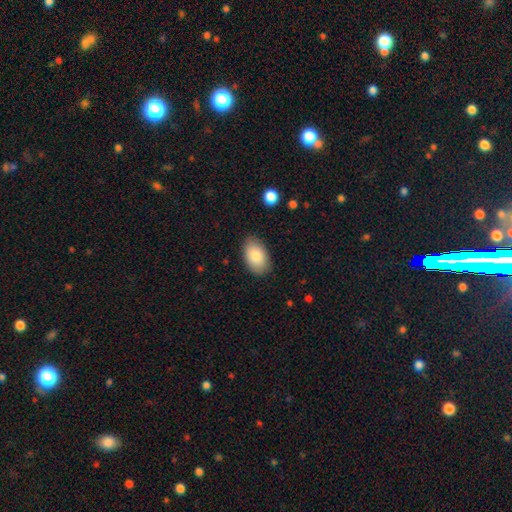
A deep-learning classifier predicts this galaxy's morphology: smooth-or-featured: smooth: 84% | featured or disk: 10% | star or artifact: 6%
  how-rounded: in between: 92% | round: 7% | cigar-shaped: 1%
  merging: none: 84% | minor disturbance: 12% | major disturbance: 3% | merger: 1%